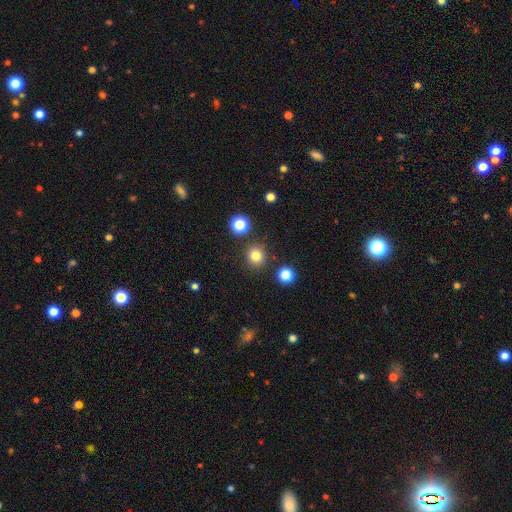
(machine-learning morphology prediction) This appears to be a smooth galaxy with no disk features (81%) that is round (88%). Merging: none (87%).